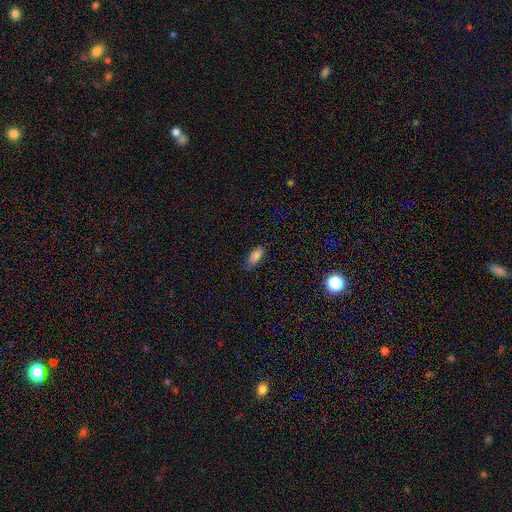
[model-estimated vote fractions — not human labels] Overall: smooth (83%). How rounded: in between (80%). Merging: none (76%).